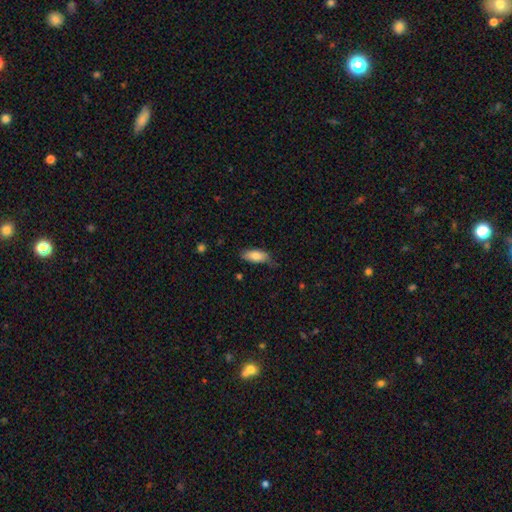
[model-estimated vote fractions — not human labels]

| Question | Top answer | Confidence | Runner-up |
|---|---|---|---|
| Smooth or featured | smooth | 81% | featured or disk (13%) |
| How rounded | in between | 83% | cigar-shaped (14%) |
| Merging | none | 66% | minor disturbance (27%) |